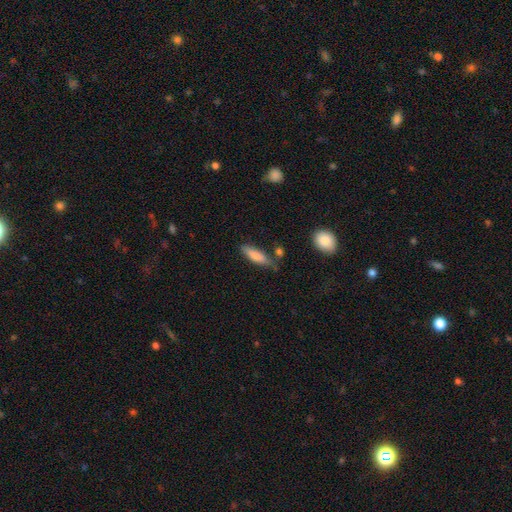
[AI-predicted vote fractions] Smooth or featured?
  - smooth: 77% *
  - featured or disk: 17%
  - star or artifact: 6%
How rounded?
  - cigar-shaped: 57% *
  - in between: 41%
  - round: 2%
Merging?
  - none: 66% *
  - minor disturbance: 22%
  - merger: 8%
  - major disturbance: 5%